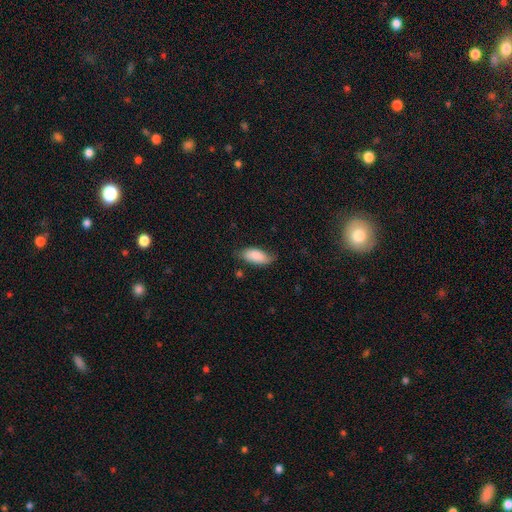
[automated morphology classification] Q: Smooth or featured?
A: smooth (83%); runner-up: featured or disk (10%)
Q: How rounded?
A: in between (89%); runner-up: cigar-shaped (9%)
Q: Merging?
A: none (65%); runner-up: minor disturbance (28%)